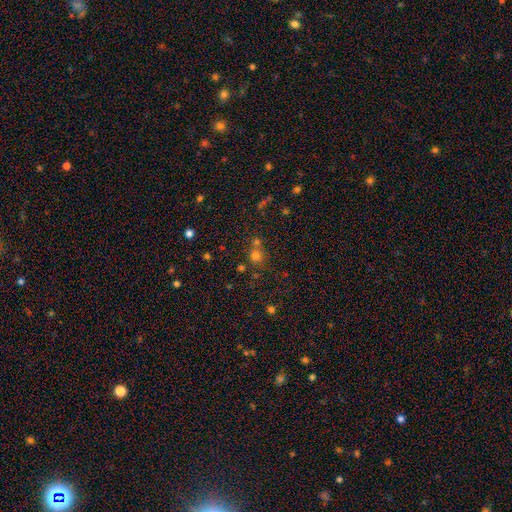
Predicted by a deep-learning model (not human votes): A smooth galaxy with no disk features (70%) that is round (87%). Merging: none (57%).